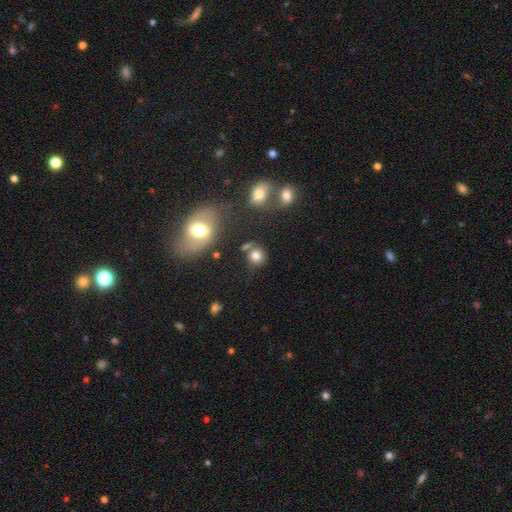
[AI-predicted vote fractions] Morphology: type=smooth (78%); roundness=round (84%); merging=none (67%).